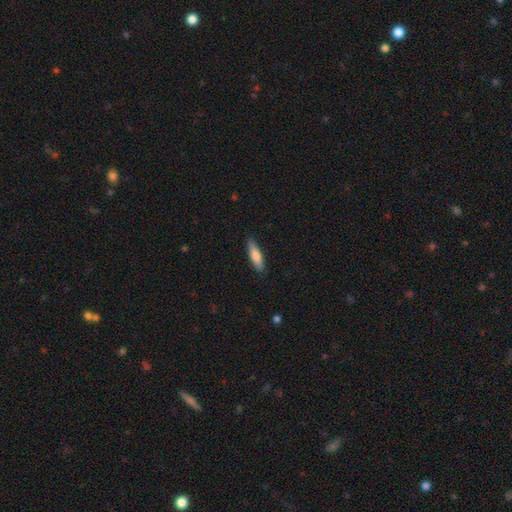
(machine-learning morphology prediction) smooth-or-featured: smooth: 78% | featured or disk: 16% | star or artifact: 6%
  how-rounded: cigar-shaped: 66% | in between: 33% | round: 2%
  merging: none: 86% | minor disturbance: 10% | major disturbance: 2% | merger: 1%